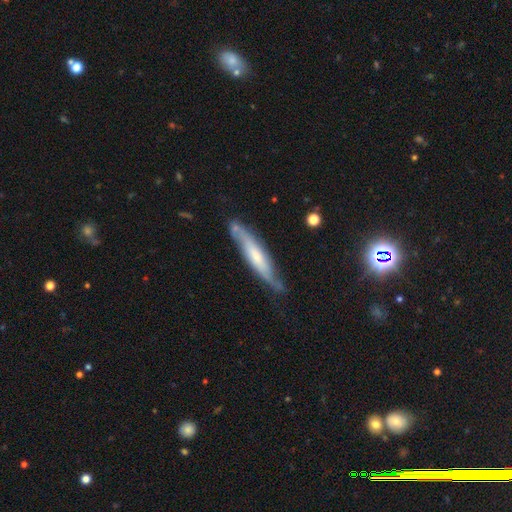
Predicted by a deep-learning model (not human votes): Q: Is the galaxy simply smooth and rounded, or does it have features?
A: featured or disk — 60%.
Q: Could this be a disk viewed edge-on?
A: yes — 65%.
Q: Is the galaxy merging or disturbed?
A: none — 69%.